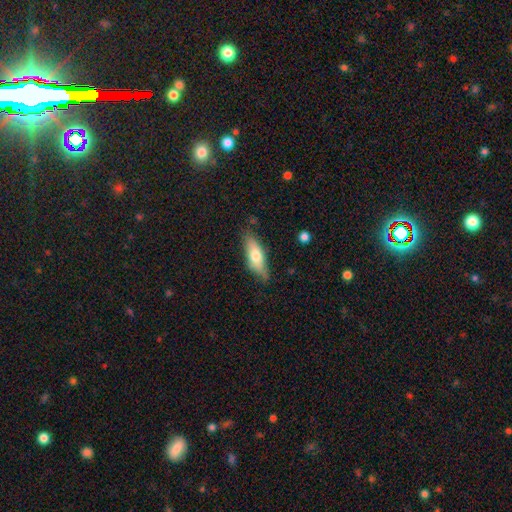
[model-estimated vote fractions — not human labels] smooth 64%, featured or disk 29%, star or artifact 6%. Down the decision tree: how rounded — in between (56%); merging — none (75%).